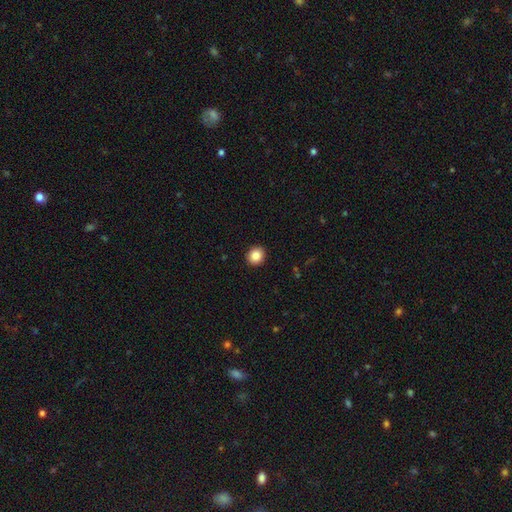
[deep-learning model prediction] This appears to be a smooth galaxy with no disk features (86%) that is round (83%). Merging: none (93%).